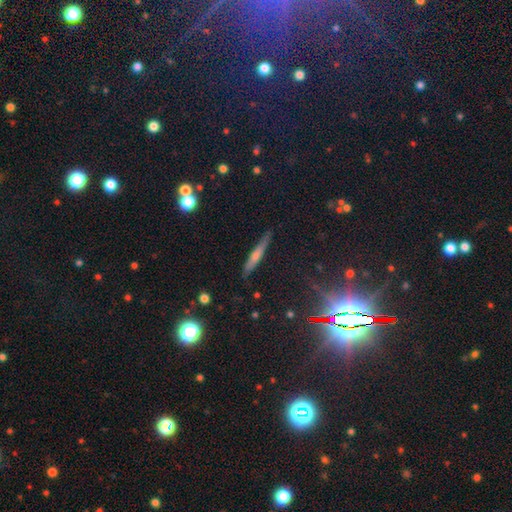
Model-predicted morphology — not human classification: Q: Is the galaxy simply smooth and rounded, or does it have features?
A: featured or disk — 51%.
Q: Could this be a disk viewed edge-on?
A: yes — 94%.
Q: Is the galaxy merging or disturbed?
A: none — 87%.